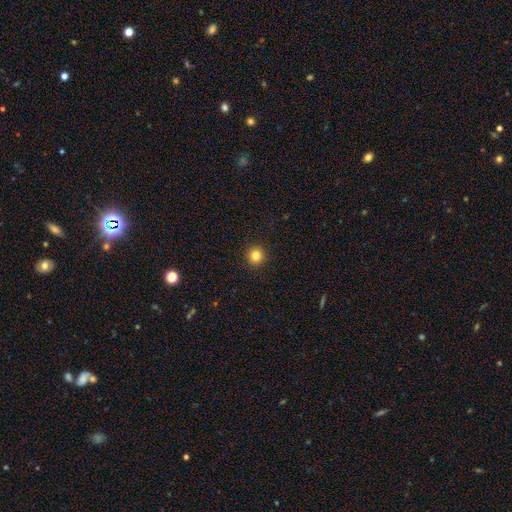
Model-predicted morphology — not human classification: type=smooth (83%); roundness=round (94%); merging=none (93%).